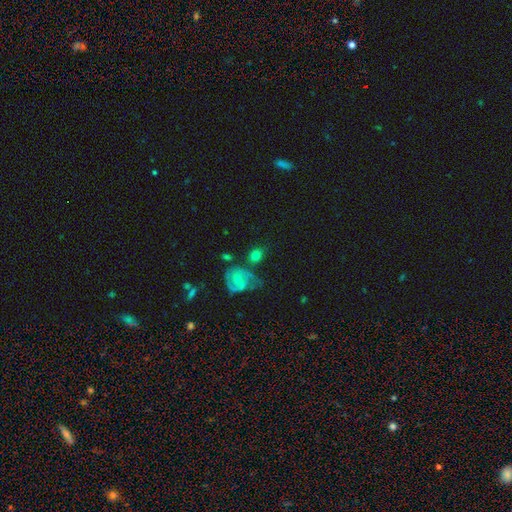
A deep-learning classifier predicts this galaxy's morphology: Smooth or featured? smooth (65%)
How rounded? round (72%)
Merging? none (59%)